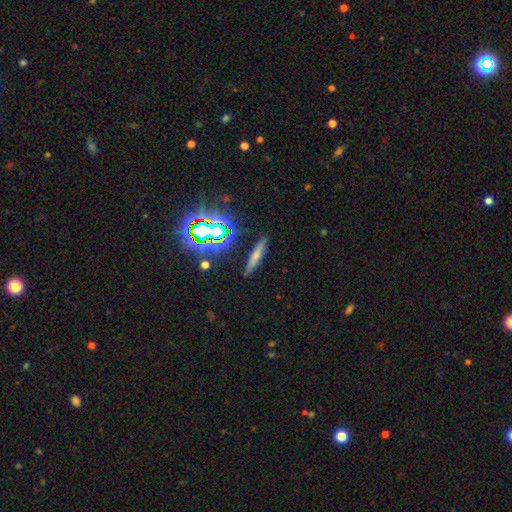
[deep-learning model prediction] Morphology: type=smooth (56%); roundness=cigar-shaped (84%); merging=none (85%).